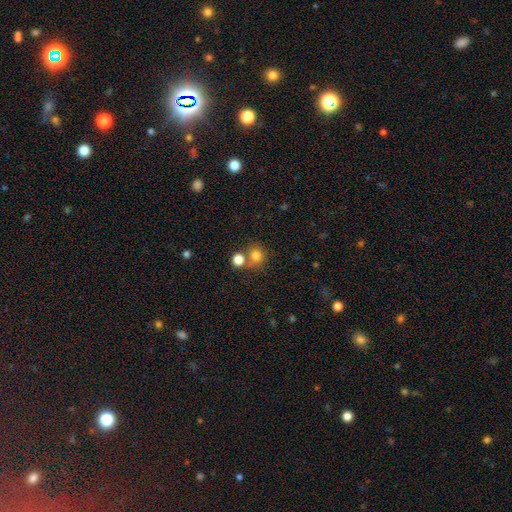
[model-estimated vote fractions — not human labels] This is likely a smooth galaxy (79%). How rounded: clearly round (84%). Merging: possibly none (57%).